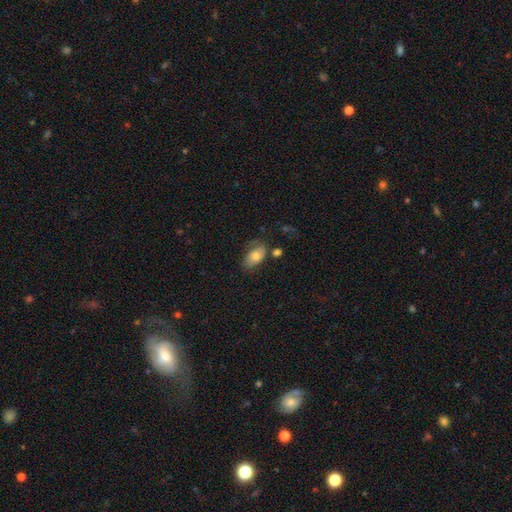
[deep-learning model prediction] Smooth or featured? smooth (73%)
How rounded? in between (91%)
Merging? none (53%)